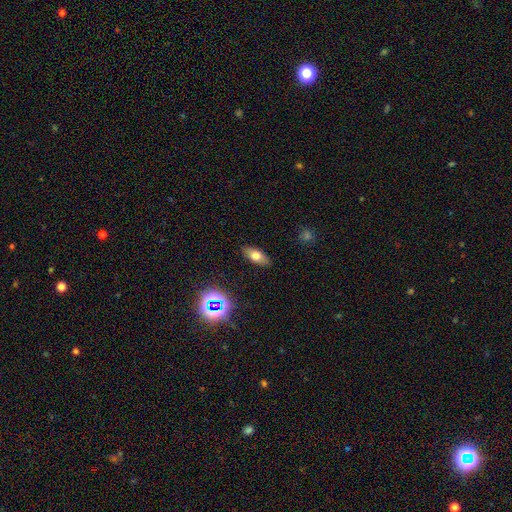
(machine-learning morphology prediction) smooth-or-featured: smooth: 68% | featured or disk: 20% | star or artifact: 12%
  how-rounded: in between: 80% | cigar-shaped: 14% | round: 6%
  merging: none: 87% | minor disturbance: 9% | major disturbance: 2% | merger: 1%